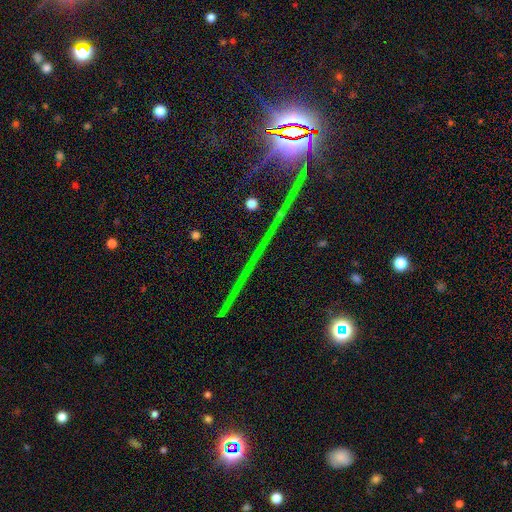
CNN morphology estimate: smooth_or_featured: star or artifact (p=0.68) [alt: featured or disk p=0.22]